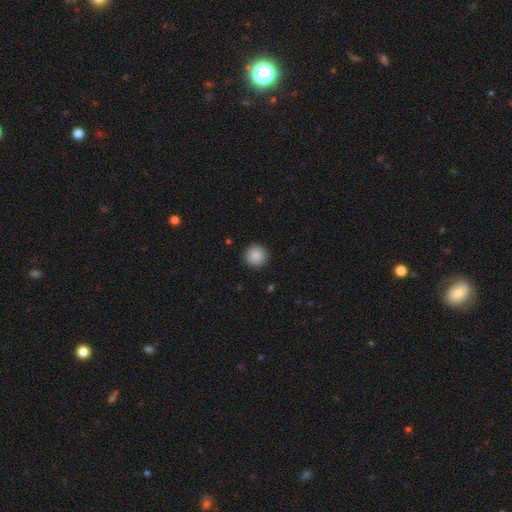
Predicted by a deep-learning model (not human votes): A smooth galaxy with no disk features (89%) that is round (95%). Merging: none (92%).